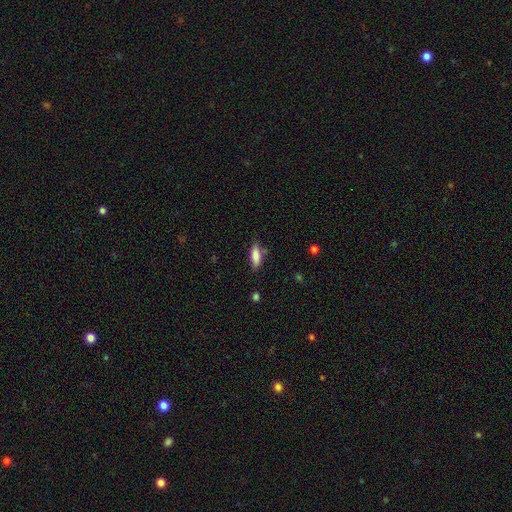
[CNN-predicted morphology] A smooth galaxy with no disk features (82%) that is in between round and cigar-shaped (72%).

Vote fractions:
- Smooth or featured? smooth: 82% / featured or disk: 11% / star or artifact: 7%
- How rounded? in between: 72% / cigar-shaped: 26% / round: 2%
- Merging? none: 73% / minor disturbance: 20% / major disturbance: 4% / merger: 3%